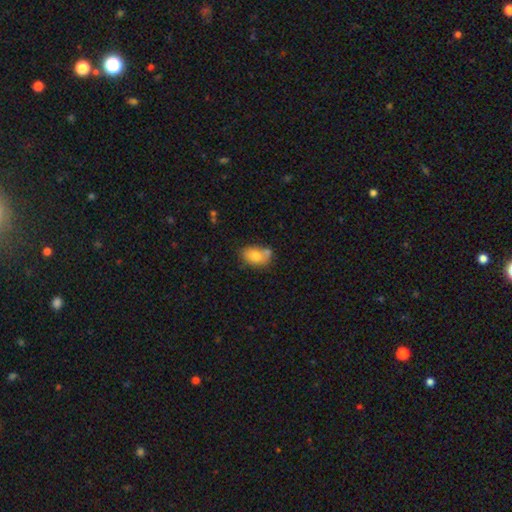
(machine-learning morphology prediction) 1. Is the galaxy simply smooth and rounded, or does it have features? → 76% smooth, 16% featured or disk, 8% star or artifact.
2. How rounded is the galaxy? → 83% in between, 15% round, 1% cigar-shaped.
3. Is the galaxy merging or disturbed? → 53% none, 24% merger, 19% minor disturbance, 5% major disturbance.